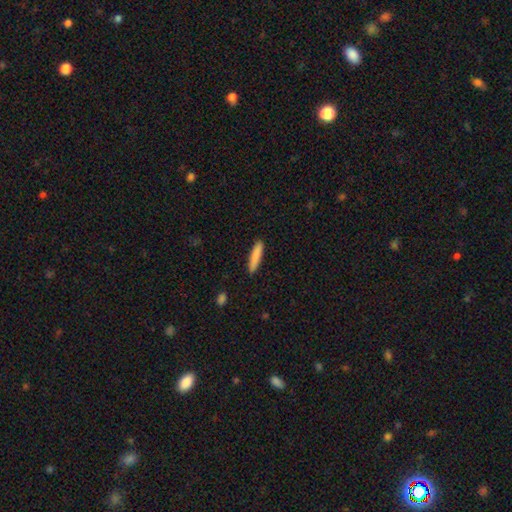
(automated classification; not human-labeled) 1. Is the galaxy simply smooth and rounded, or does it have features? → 86% smooth, 8% featured or disk, 6% star or artifact.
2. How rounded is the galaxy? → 86% cigar-shaped, 12% in between, 1% round.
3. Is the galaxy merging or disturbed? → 89% none, 8% minor disturbance, 2% major disturbance, 1% merger.